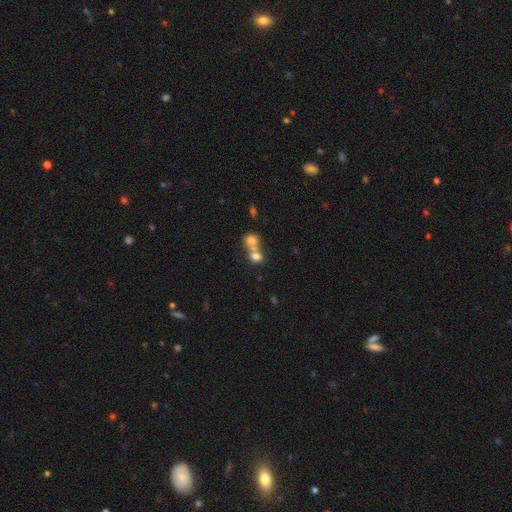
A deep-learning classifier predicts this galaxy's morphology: smooth-or-featured: smooth: 75% | star or artifact: 12% | featured or disk: 12%
  how-rounded: round: 68% | in between: 30% | cigar-shaped: 1%
  merging: merger: 59% | none: 32% | minor disturbance: 6% | major disturbance: 3%